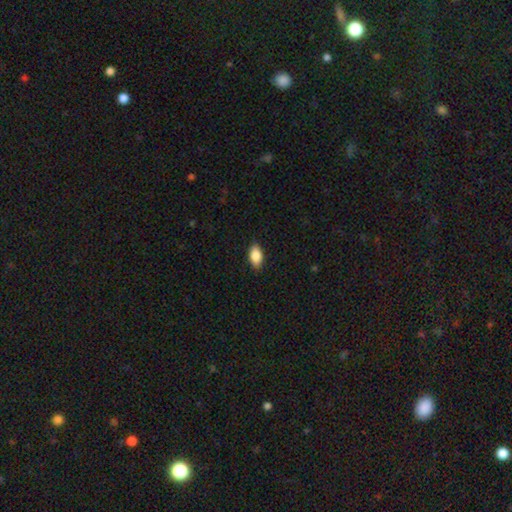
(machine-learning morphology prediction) smooth-or-featured: smooth: 86% | star or artifact: 7% | featured or disk: 7%
  how-rounded: in between: 92% | round: 5% | cigar-shaped: 3%
  merging: none: 87% | minor disturbance: 10% | major disturbance: 2% | merger: 1%